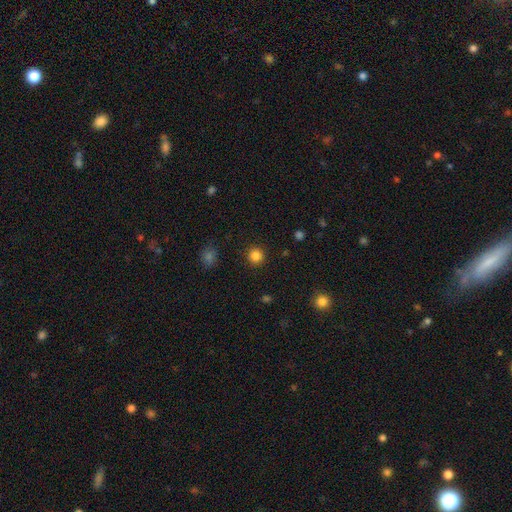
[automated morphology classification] Smooth or featured? Predicted: smooth (p=0.84). How rounded? Predicted: round (p=0.94). Merging? Predicted: none (p=0.91).